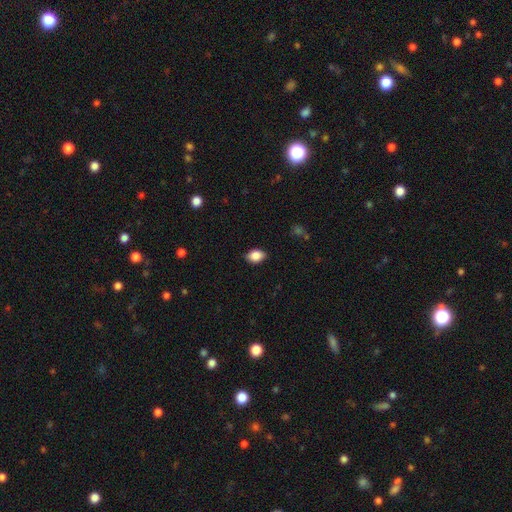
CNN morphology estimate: Overall: smooth (86%). How rounded: in between (81%). Merging: none (85%).